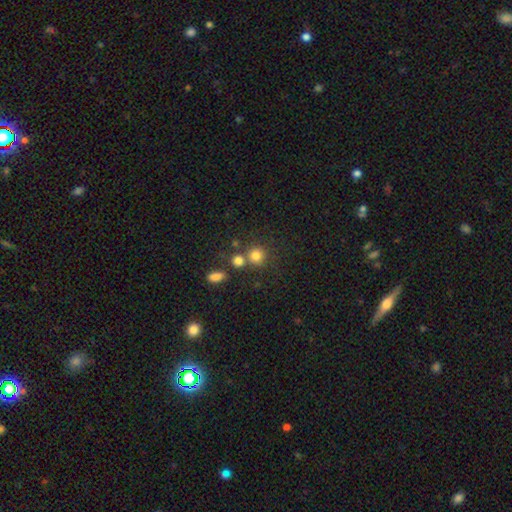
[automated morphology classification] type=smooth (79%); roundness=round (87%); merging=none (63%).